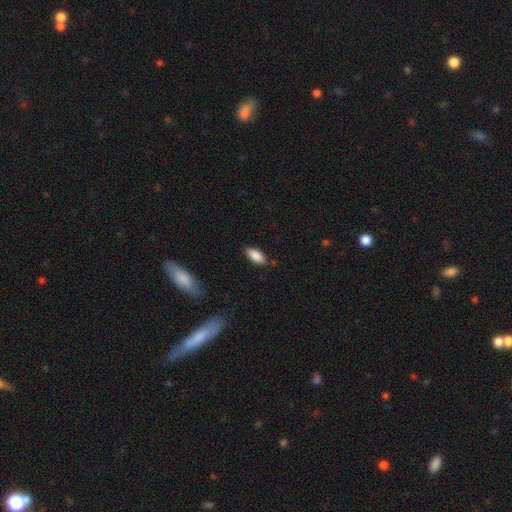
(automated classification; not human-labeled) Smooth or featured? Predicted: smooth (p=0.86). How rounded? Predicted: in between (p=0.89). Merging? Predicted: none (p=0.83).